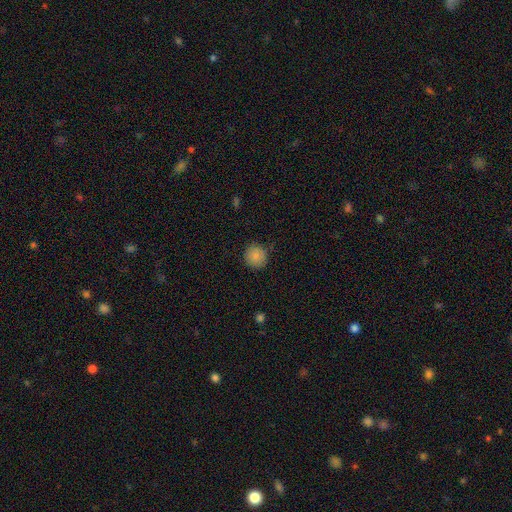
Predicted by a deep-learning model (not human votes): smooth-or-featured: smooth: 86% | star or artifact: 9% | featured or disk: 5%
  how-rounded: round: 92% | in between: 7% | cigar-shaped: 1%
  merging: none: 86% | minor disturbance: 10% | major disturbance: 3% | merger: 1%